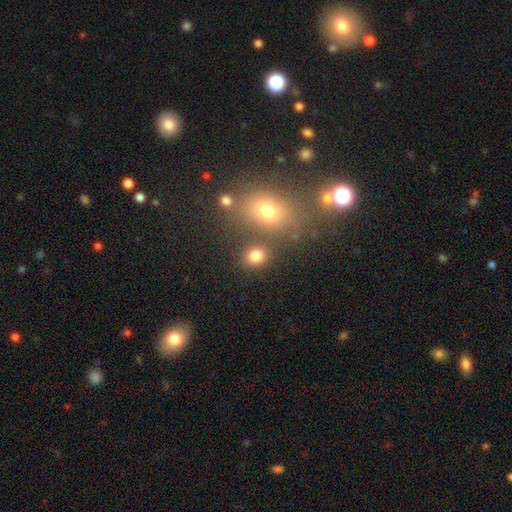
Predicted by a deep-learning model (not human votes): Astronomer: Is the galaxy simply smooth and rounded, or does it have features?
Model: smooth — 79%.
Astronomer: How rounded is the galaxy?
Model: round — 62%.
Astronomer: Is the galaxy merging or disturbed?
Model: none — 71%.